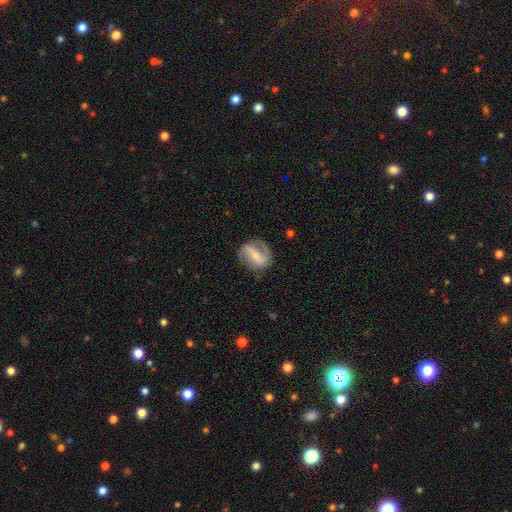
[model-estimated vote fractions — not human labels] The model was most divided on "spiral winding": medium: 40%, loose: 37%, tight: 23%. Remaining: edge-on disk — no (95%); spiral arms — yes (82%); spiral arm count — 2 (73%); merging — none (68%); smooth or featured — featured or disk (67%); bulge size — small (58%); bar — strong (49%).